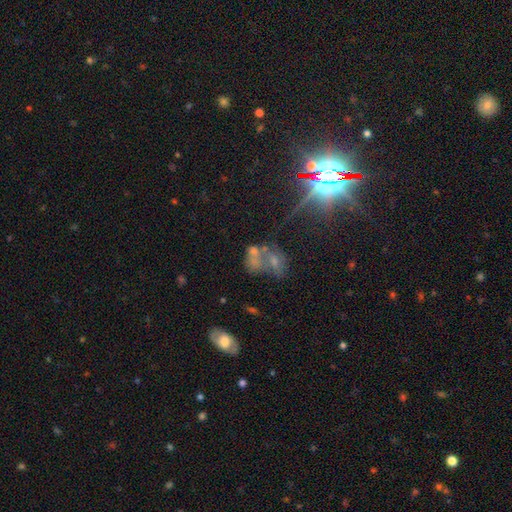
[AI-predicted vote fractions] Smooth or featured? Predicted: smooth (p=0.42). Merging? Predicted: merger (p=0.59).